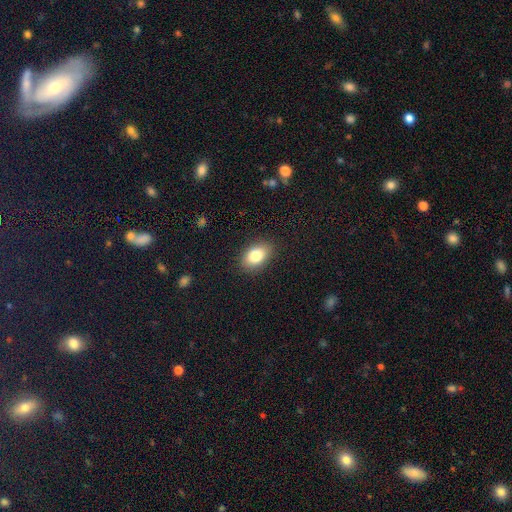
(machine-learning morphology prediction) Smooth or featured: smooth — 82% (featured or disk — 10%)
How rounded: in between — 87% (round — 12%)
Merging: none — 87% (minor disturbance — 9%)